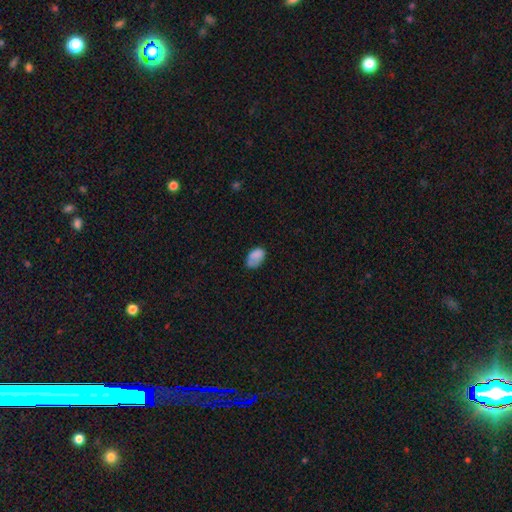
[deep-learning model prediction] Morphology: type=smooth (78%); roundness=in between (89%); merging=none (55%).